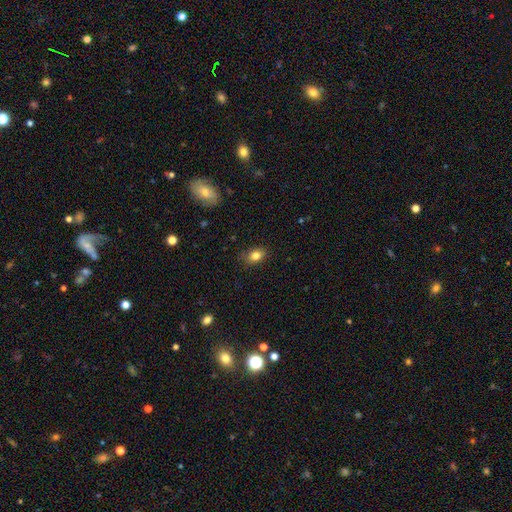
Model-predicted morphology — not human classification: A smooth galaxy with no disk features (82%) that is in between round and cigar-shaped (76%).

Vote fractions:
- Smooth or featured? smooth: 82% / star or artifact: 10% / featured or disk: 8%
- How rounded? in between: 76% / round: 22% / cigar-shaped: 2%
- Merging? none: 81% / minor disturbance: 15% / major disturbance: 3% / merger: 1%